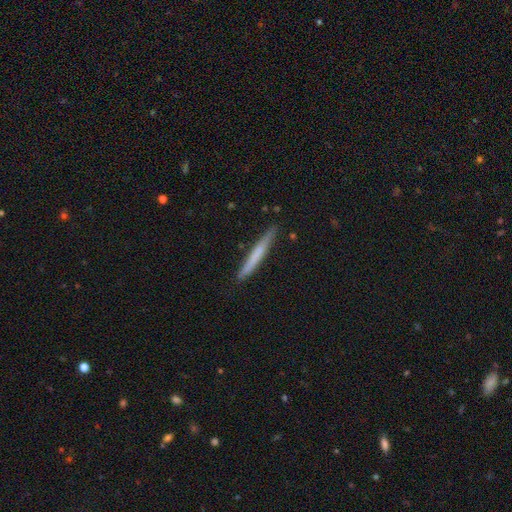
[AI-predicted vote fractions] Overall: smooth (58%; featured or disk 36%). How rounded: cigar-shaped (97%). Merging: none (87%).